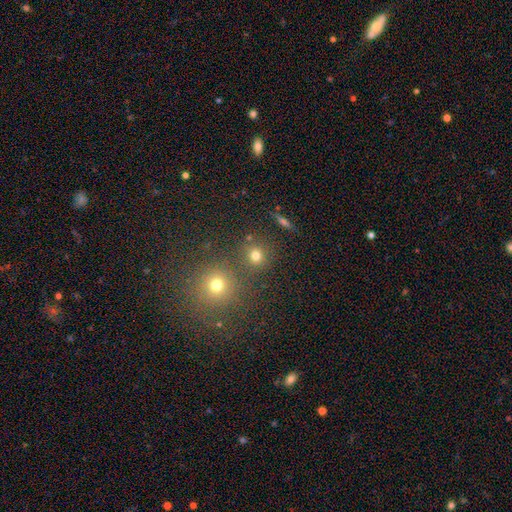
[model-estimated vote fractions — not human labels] This appears to be a smooth galaxy with no disk features (71%) that is round (91%). Merging: none (79%).